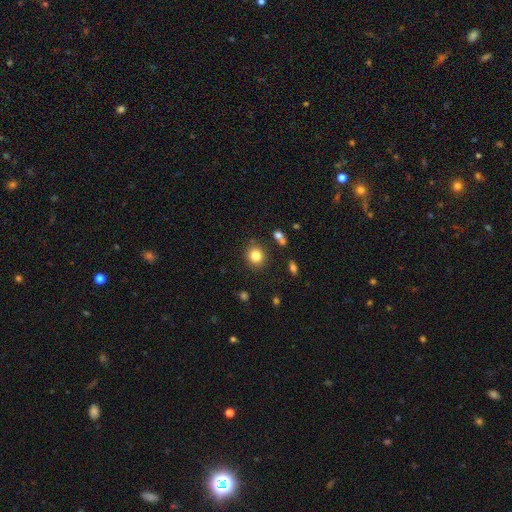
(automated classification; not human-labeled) Smooth or featured? Predicted: smooth (p=0.82). How rounded? Predicted: round (p=0.87). Merging? Predicted: none (p=0.85).